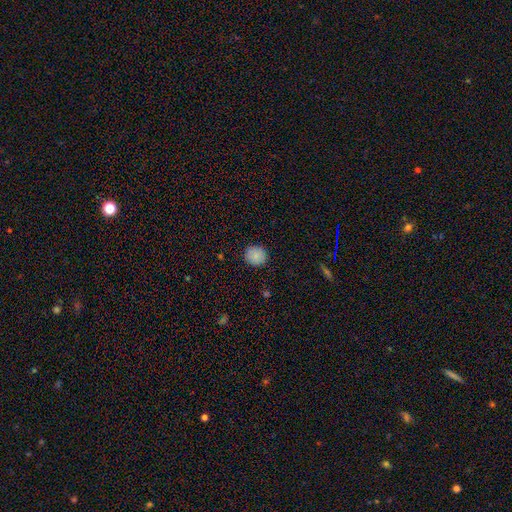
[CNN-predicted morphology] type=smooth (86%); roundness=round (92%); merging=none (89%).